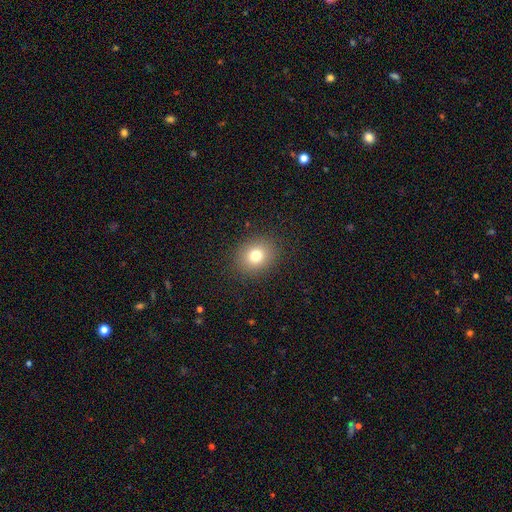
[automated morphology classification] smooth-or-featured: smooth: 77% | star or artifact: 13% | featured or disk: 9%
  how-rounded: round: 71% | in between: 28% | cigar-shaped: 1%
  merging: none: 89% | minor disturbance: 7% | major disturbance: 3% | merger: 1%